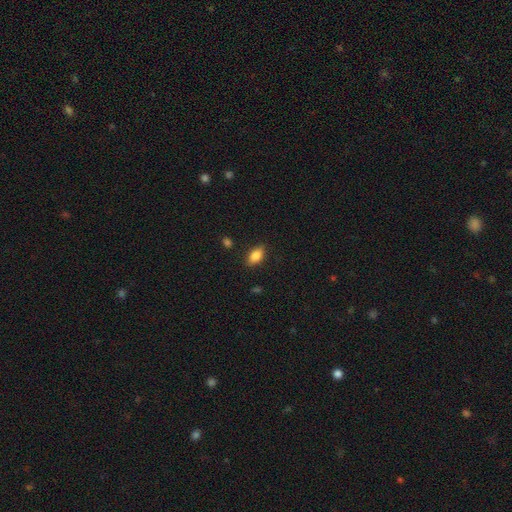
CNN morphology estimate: Smooth or featured? Predicted: smooth (p=0.84). How rounded? Predicted: in between (p=0.89). Merging? Predicted: none (p=0.85).